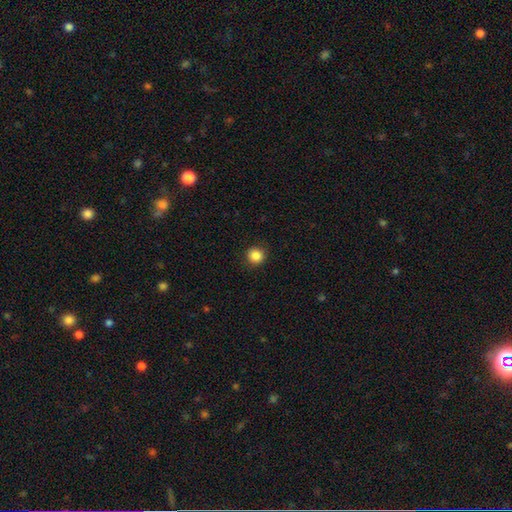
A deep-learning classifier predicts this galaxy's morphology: Smooth or featured? smooth (86%)
How rounded? round (94%)
Merging? none (91%)